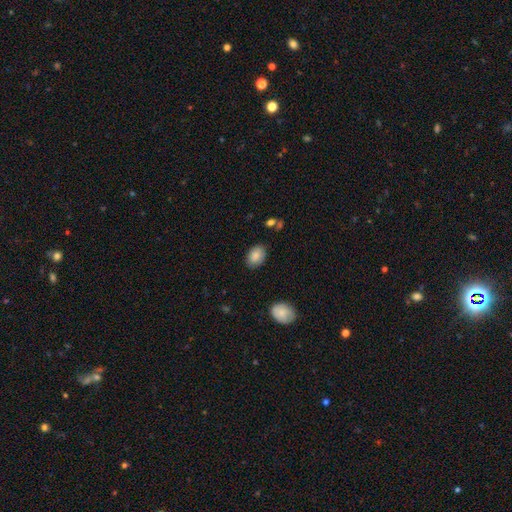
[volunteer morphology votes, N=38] Overall: smooth (89%). How rounded: in between (97%). Merging: none (84%).